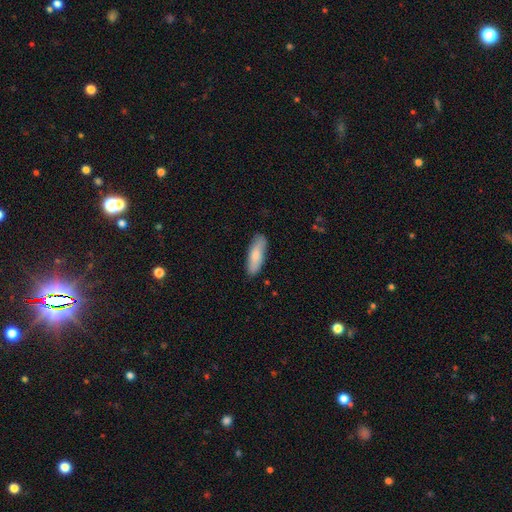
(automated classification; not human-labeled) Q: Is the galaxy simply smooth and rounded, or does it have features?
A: smooth — 81%.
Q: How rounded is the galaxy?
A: in between — 52%.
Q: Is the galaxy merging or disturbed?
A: none — 84%.